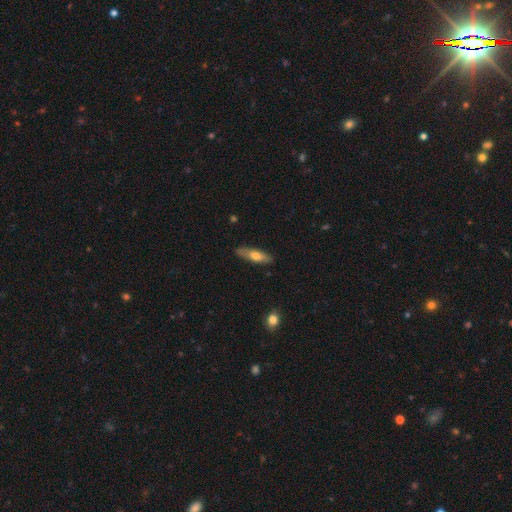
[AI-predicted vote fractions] The model was most divided on "how rounded": cigar-shaped: 59%, in between: 38%, round: 2%. More confident: merging — none (83%); smooth or featured — smooth (61%).